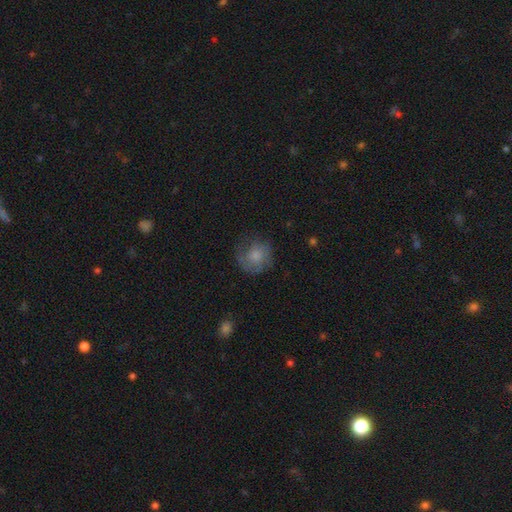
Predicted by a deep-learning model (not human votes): smooth-or-featured: smooth: 67% | featured or disk: 24% | star or artifact: 8%
  how-rounded: round: 86% | in between: 13% | cigar-shaped: 1%
  merging: none: 61% | minor disturbance: 23% | major disturbance: 15% | merger: 1%